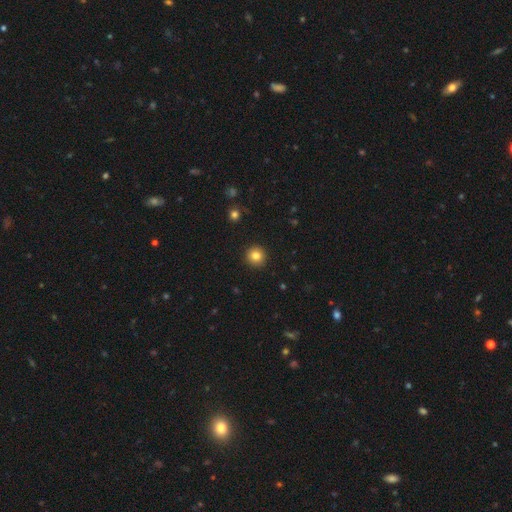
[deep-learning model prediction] Morphology: type=smooth (83%); roundness=round (94%); merging=none (92%).